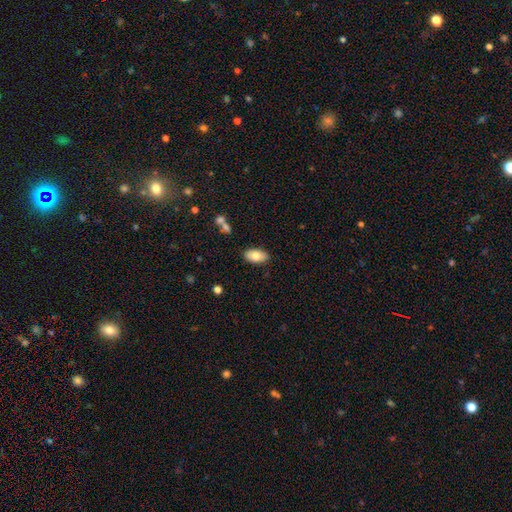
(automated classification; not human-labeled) Overall: smooth (79%). How rounded: in between (94%). Merging: none (86%).